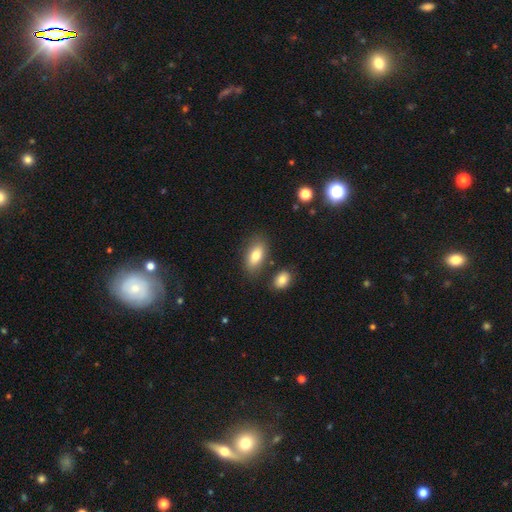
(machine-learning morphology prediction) Overall: smooth (78%). How rounded: in between (90%). Merging: none (76%).